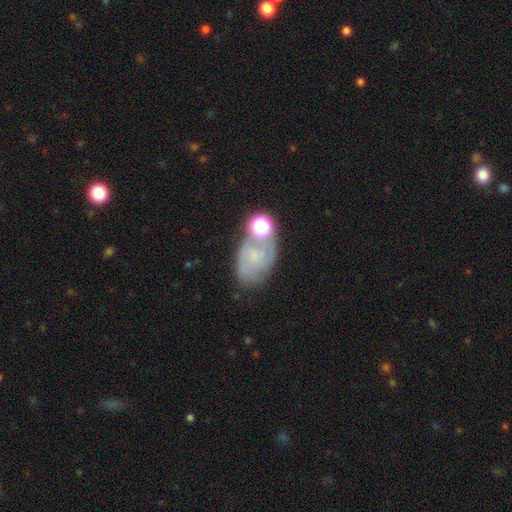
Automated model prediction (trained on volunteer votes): featured or disk 53%, smooth 31%, star or artifact 15%. Down the decision tree: edge-on disk — no (96%); bar — no (71%); spiral arms — yes (76%); bulge size — small (60%); merging — none (48%).